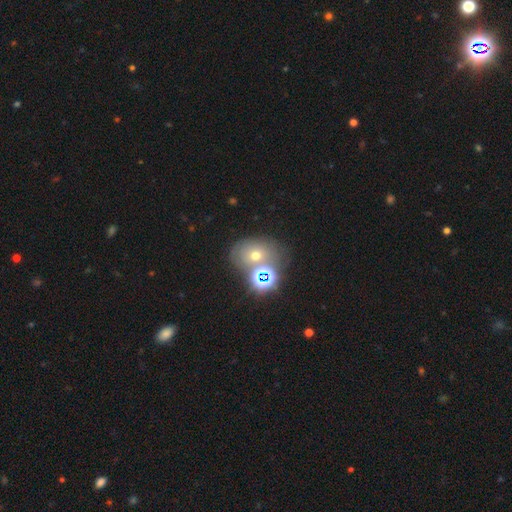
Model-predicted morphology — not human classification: smooth-or-featured: smooth: 49% | star or artifact: 30% | featured or disk: 20%
  merging: none: 54% | merger: 27% | minor disturbance: 12% | major disturbance: 7%